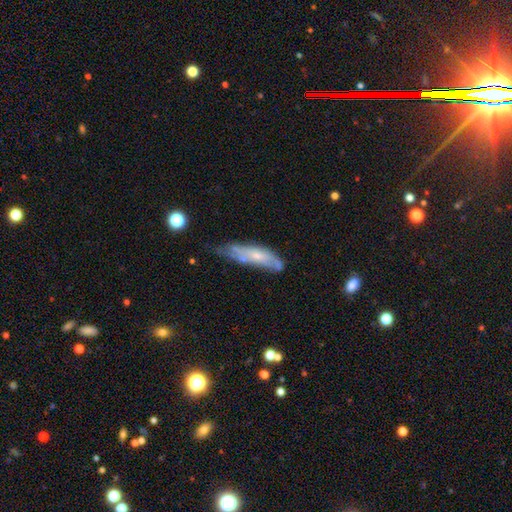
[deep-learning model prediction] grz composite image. It shows a smooth galaxy with no disk features (46%, tied with featured or disk). Merging: minor disturbance (38%).